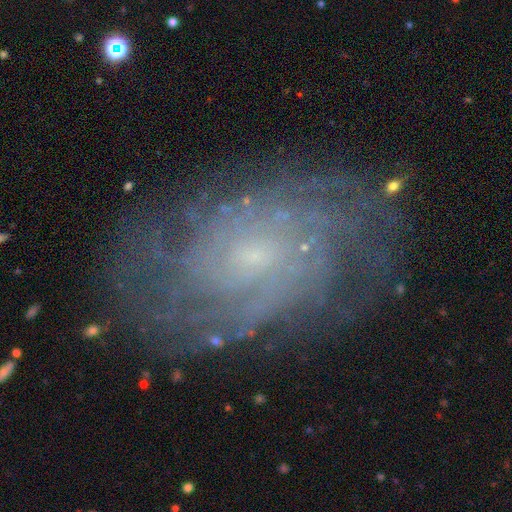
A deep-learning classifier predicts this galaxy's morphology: type=featured or disk (82%); edge-on=no (96%); bar=no (70%); spiral arms=yes (94%); winding=tight (69%); arm count=can't tell (44%); bulge=small (78%); merging=none (80%).